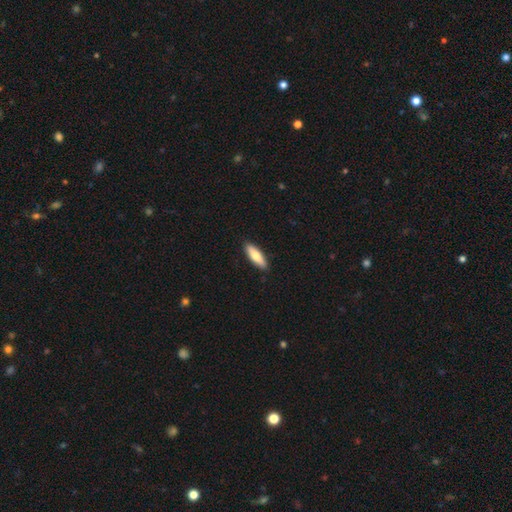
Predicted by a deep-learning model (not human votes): This appears to be a smooth galaxy with no disk features (73%) that is cigar-shaped (54%). Merging: none (90%).